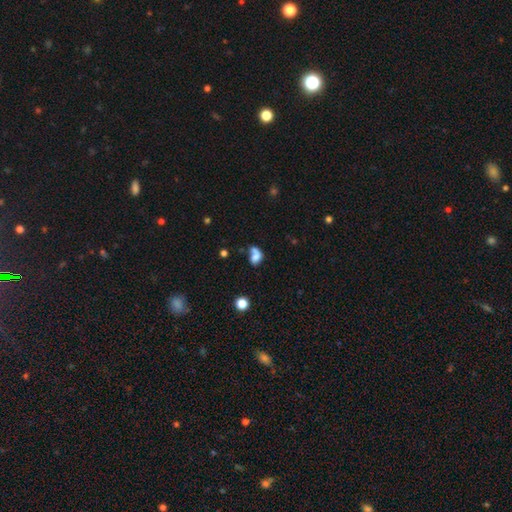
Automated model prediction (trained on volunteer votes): Smooth or featured? Predicted: smooth (p=0.66). How rounded? Predicted: in between (p=0.67). Merging? Predicted: merger (p=0.42).